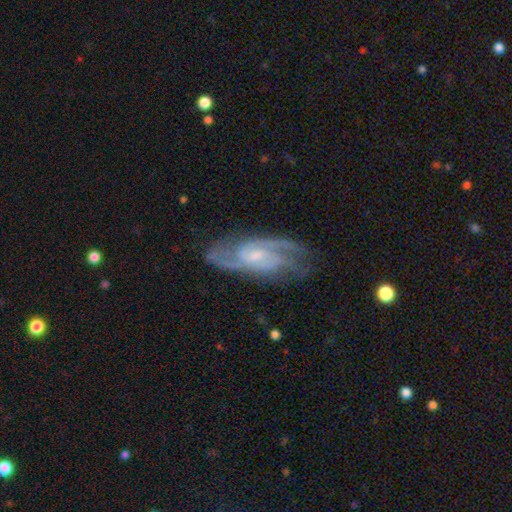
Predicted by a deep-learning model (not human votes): The model was most divided on "bar": weak: 47%, no: 42%, strong: 11%. More confident: spiral arms — yes (98%); edge-on disk — no (94%); smooth or featured — featured or disk (89%); merging — none (75%); spiral arm count — 2 (61%); bulge size — small (57%); spiral winding — medium (52%).